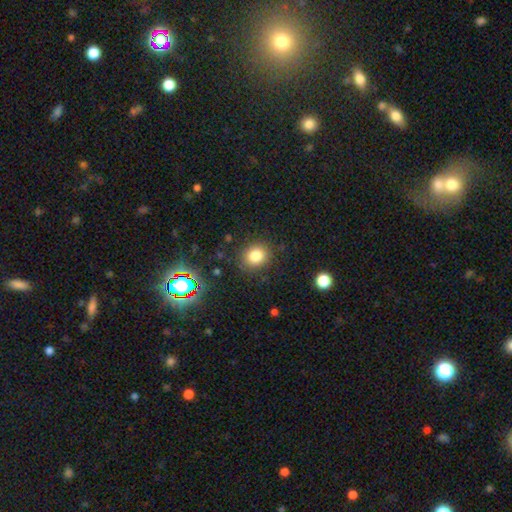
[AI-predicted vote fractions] The model was most divided on "how rounded": round: 77%, in between: 22%, cigar-shaped: 1%. More confident: merging — none (86%); smooth or featured — smooth (81%).